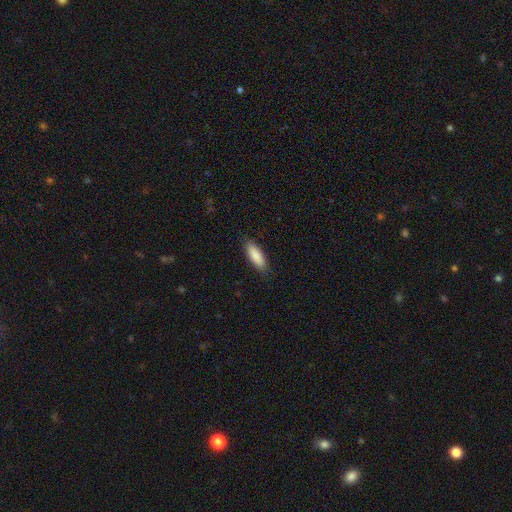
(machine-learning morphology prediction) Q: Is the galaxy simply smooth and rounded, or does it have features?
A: smooth — 88%.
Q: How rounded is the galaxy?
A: in between — 61%.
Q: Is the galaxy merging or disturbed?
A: none — 86%.